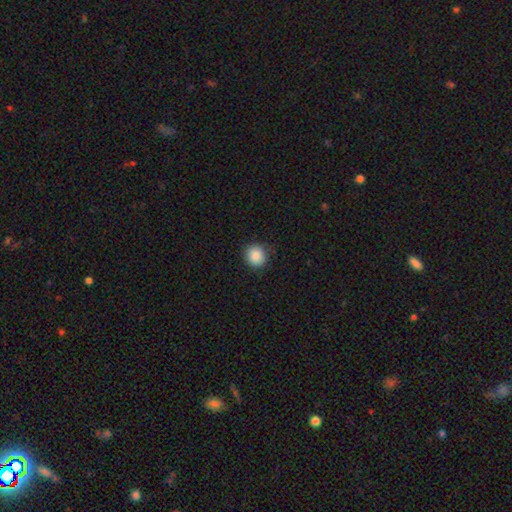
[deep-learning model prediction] A smooth galaxy with no disk features (87%) that is round (90%).

Vote fractions:
- Smooth or featured? smooth: 87% / star or artifact: 9% / featured or disk: 3%
- How rounded? round: 90% / in between: 9% / cigar-shaped: 1%
- Merging? none: 86% / minor disturbance: 11% / major disturbance: 2% / merger: 1%